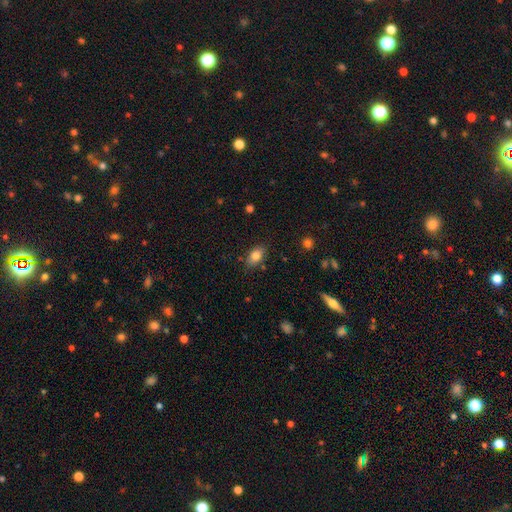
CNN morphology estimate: smooth_or_featured: smooth (p=0.82) [alt: featured or disk p=0.10]
how_rounded: in between (p=0.85) [alt: round p=0.12]
merging: none (p=0.79) [alt: minor disturbance p=0.15]